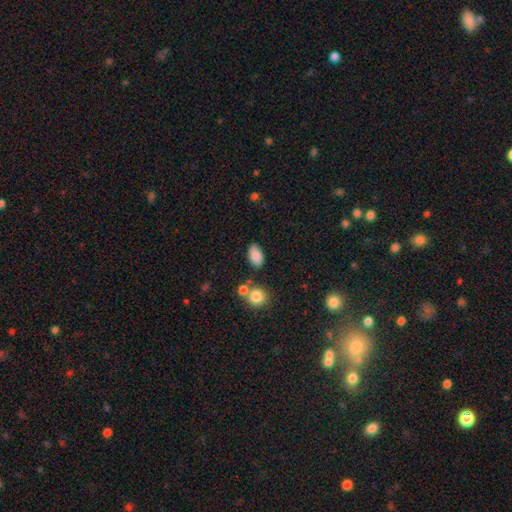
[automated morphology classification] smooth-or-featured: smooth: 84% | star or artifact: 9% | featured or disk: 8%
  how-rounded: in between: 91% | round: 7% | cigar-shaped: 2%
  merging: none: 72% | minor disturbance: 17% | merger: 7% | major disturbance: 4%